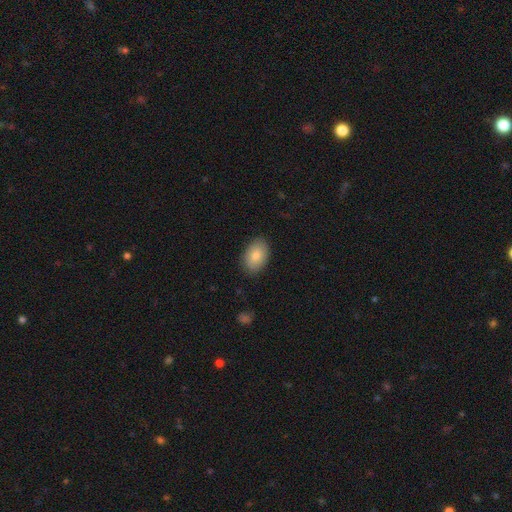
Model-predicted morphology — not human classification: smooth-or-featured: smooth: 82% | featured or disk: 11% | star or artifact: 7%
  how-rounded: in between: 88% | round: 11% | cigar-shaped: 1%
  merging: none: 86% | minor disturbance: 11% | major disturbance: 2% | merger: 1%